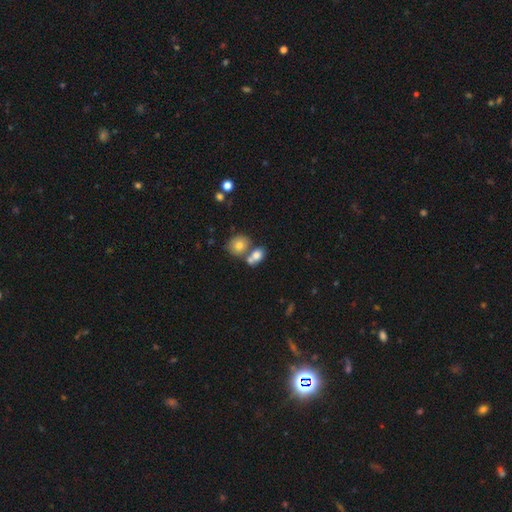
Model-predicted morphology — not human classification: This is likely a smooth galaxy (76%). How rounded: likely in between (68%). Merging: possibly merger (53%).